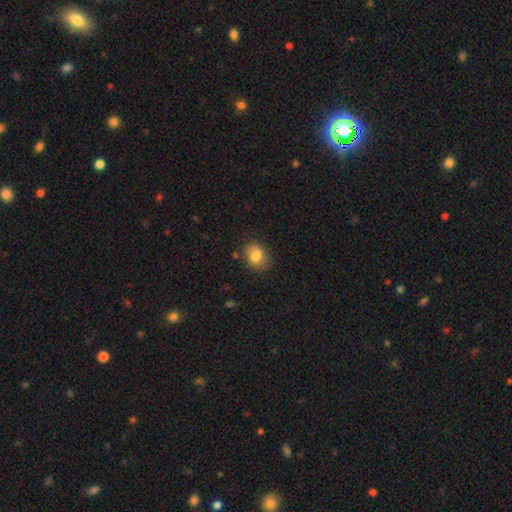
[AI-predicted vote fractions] Smooth or featured? smooth (83%)
How rounded? round (54%)
Merging? none (78%)